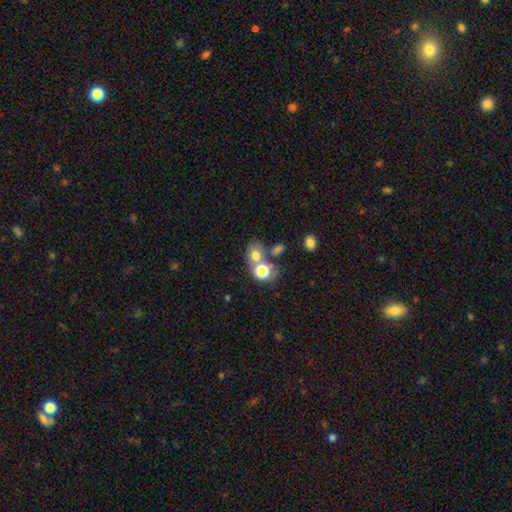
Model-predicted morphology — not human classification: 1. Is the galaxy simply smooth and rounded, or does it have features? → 68% smooth, 19% star or artifact, 14% featured or disk.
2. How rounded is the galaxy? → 63% round, 36% in between, 1% cigar-shaped.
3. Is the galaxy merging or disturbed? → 45% none, 40% merger, 9% minor disturbance, 6% major disturbance.